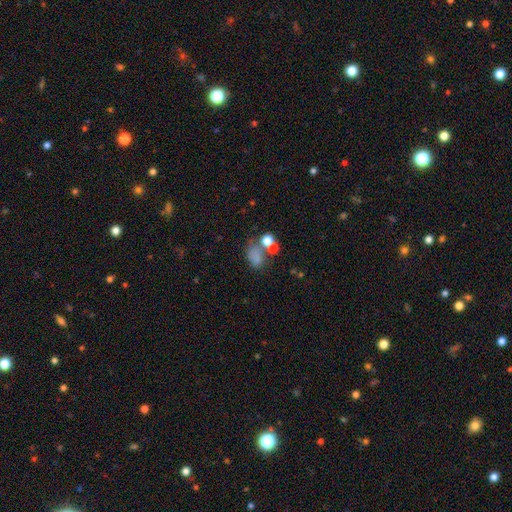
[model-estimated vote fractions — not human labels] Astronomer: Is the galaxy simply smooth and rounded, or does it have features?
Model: smooth — 66%.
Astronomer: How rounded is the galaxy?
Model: in between — 63%.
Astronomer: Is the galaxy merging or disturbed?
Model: none — 34% (runner-up: merger, 32%).